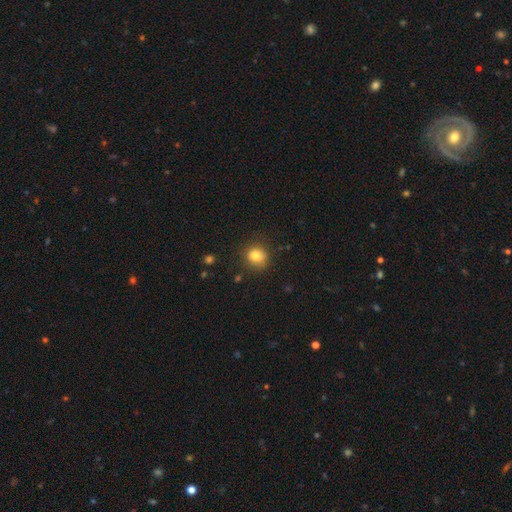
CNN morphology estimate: This appears to be a smooth galaxy with no disk features (81%) that is round (75%). Merging: none (79%).